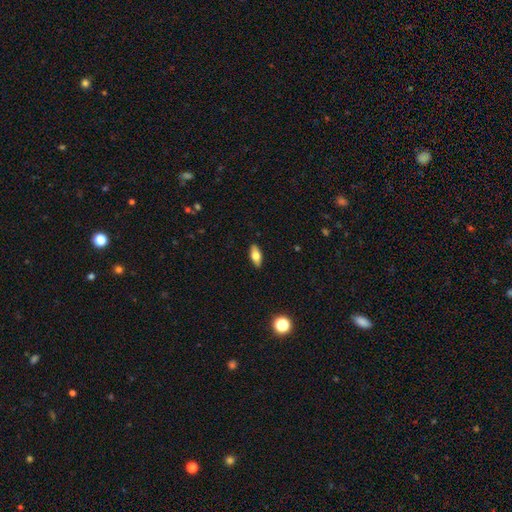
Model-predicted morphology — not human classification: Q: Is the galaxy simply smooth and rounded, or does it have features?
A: smooth — 69%.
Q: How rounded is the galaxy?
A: in between — 83%.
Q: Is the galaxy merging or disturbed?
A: none — 89%.